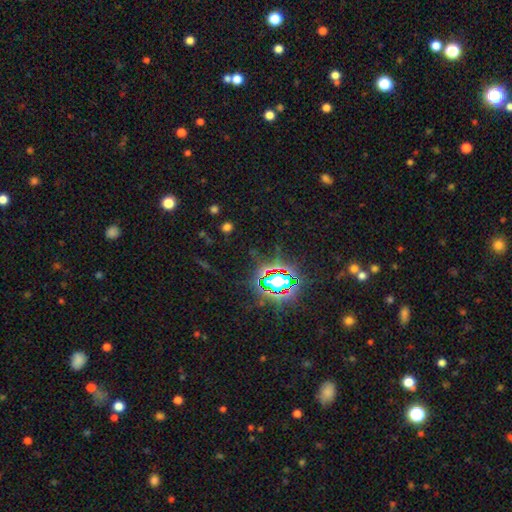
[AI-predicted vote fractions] A star or artifact, not a galaxy (76%).

Vote fractions:
- Smooth or featured? star or artifact: 76% / smooth: 15% / featured or disk: 9%